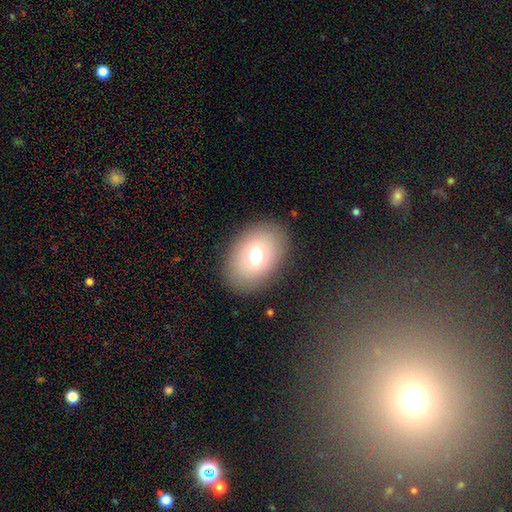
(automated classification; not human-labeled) A smooth galaxy with no disk features (73%) that is in between round and cigar-shaped (79%).

Vote fractions:
- Smooth or featured? smooth: 73% / featured or disk: 17% / star or artifact: 11%
- How rounded? in between: 79% / round: 20% / cigar-shaped: 1%
- Merging? none: 87% / minor disturbance: 8% / major disturbance: 4% / merger: 1%